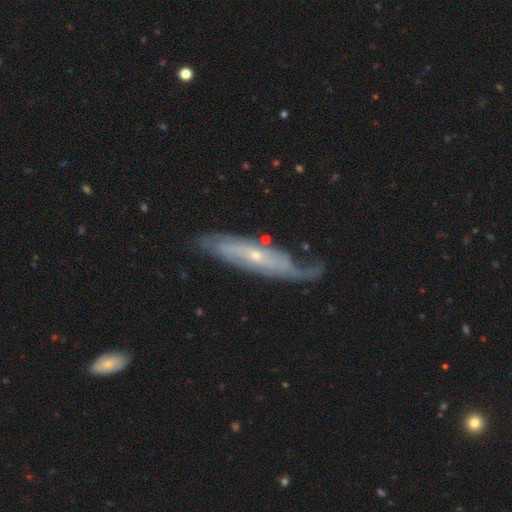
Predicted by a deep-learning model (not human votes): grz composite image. It shows a featured or disk galaxy (79%) with no bar (67%), spiral arms (87%) and a small central bulge (77%). Merging: none (58%).